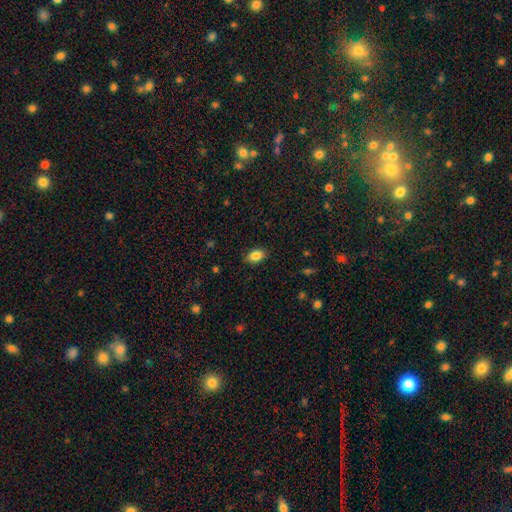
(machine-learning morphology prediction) This appears to be a smooth galaxy with no disk features (85%) that is in between round and cigar-shaped (87%). Merging: none (87%).